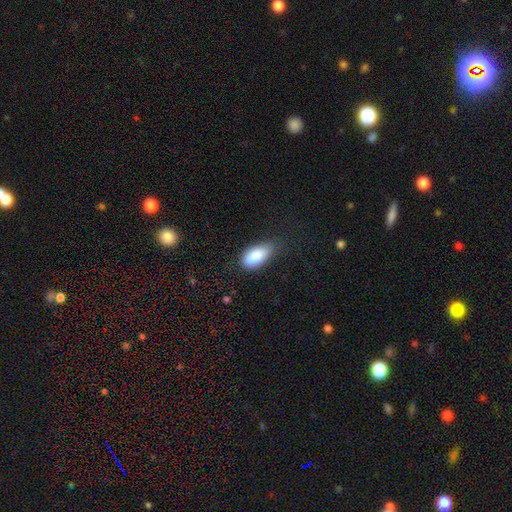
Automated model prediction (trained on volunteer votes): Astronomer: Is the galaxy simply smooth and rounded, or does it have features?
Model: smooth — 84%.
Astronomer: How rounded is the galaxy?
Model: in between — 91%.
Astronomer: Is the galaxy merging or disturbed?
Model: none — 60%.